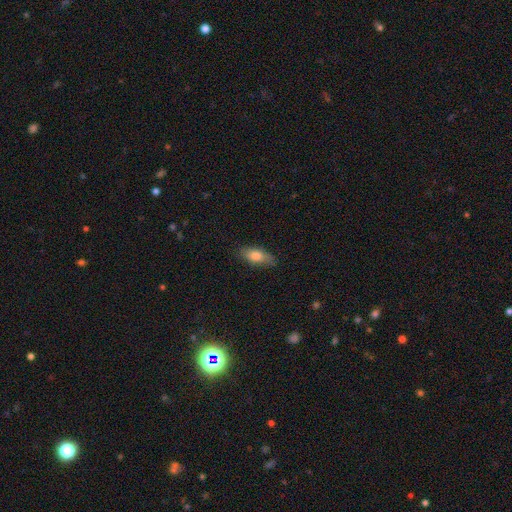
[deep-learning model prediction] Overall: smooth (78%). How rounded: in between (77%). Merging: none (78%).